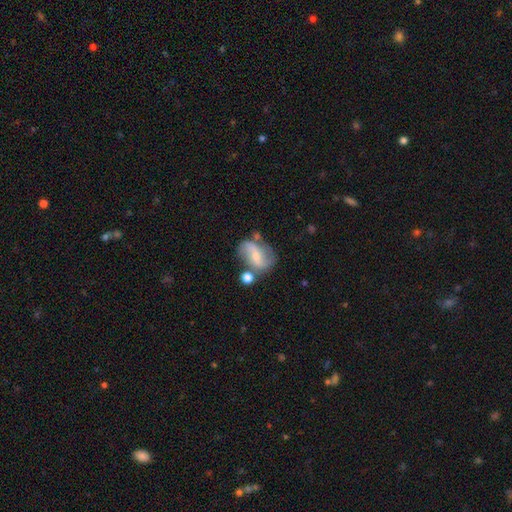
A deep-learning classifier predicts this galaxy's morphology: Smooth or featured: featured or disk — 73% (smooth — 20%)
Edge-on disk: no — 97% (yes — 3%)
Bar: weak — 42% (no — 33%)
Spiral arms: yes — 91% (no — 9%)
Spiral winding: loose — 55% (medium — 34%)
Spiral arm count: 2 — 87% (can't tell — 6%)
Bulge size: small — 58% (moderate — 36%)
Merging: none — 59% (minor disturbance — 19%)